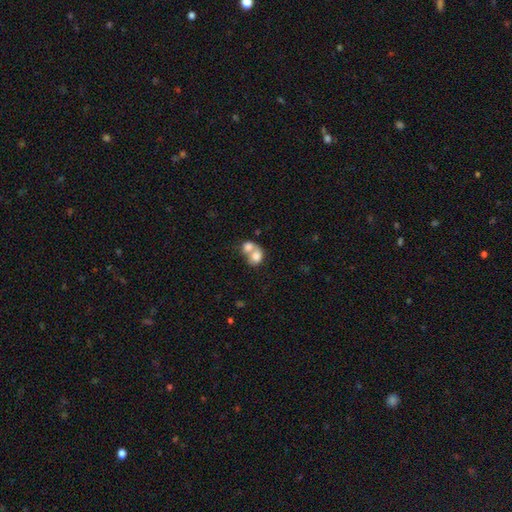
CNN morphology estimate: The model was most divided on "how rounded": round: 50%, in between: 49%, cigar-shaped: 1%. More confident: smooth or featured — smooth (75%); merging — merger (74%).